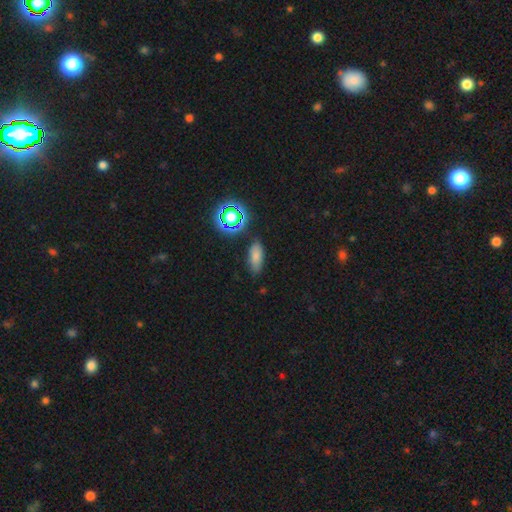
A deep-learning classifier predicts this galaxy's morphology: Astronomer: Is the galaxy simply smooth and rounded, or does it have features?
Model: smooth — 73%.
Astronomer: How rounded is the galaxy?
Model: in between — 79%.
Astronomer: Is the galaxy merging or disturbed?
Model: none — 80%.